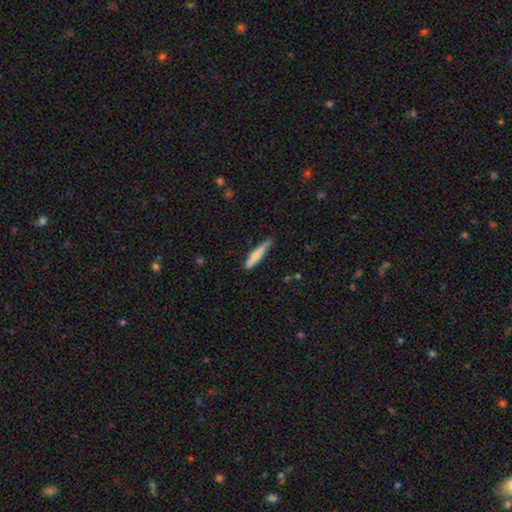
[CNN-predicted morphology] The model was most divided on "smooth or featured": smooth: 60%, featured or disk: 35%, star or artifact: 6%. More confident: how rounded — cigar-shaped (88%); merging — none (73%).